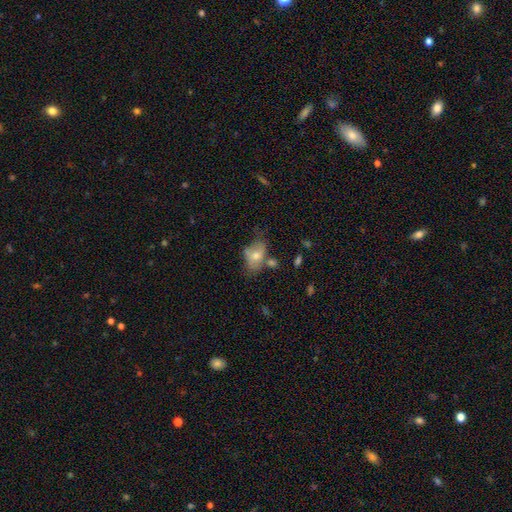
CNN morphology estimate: This is possibly a smooth galaxy (55%). How rounded: clearly in between (81%). Merging: marginally none (44%).